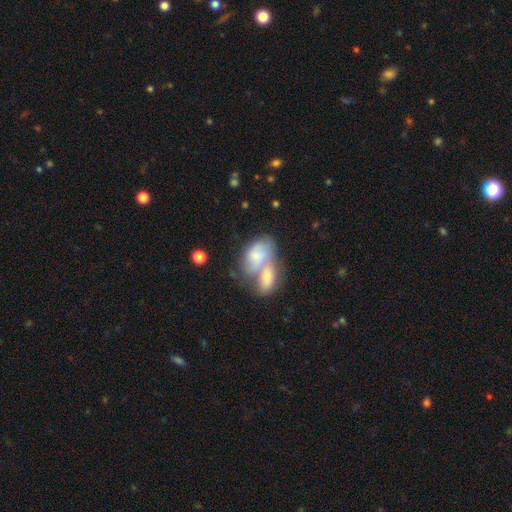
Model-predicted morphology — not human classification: Smooth or featured: smooth — 63% (featured or disk — 30%)
How rounded: in between — 88% (round — 10%)
Merging: merger — 71% (none — 13%)